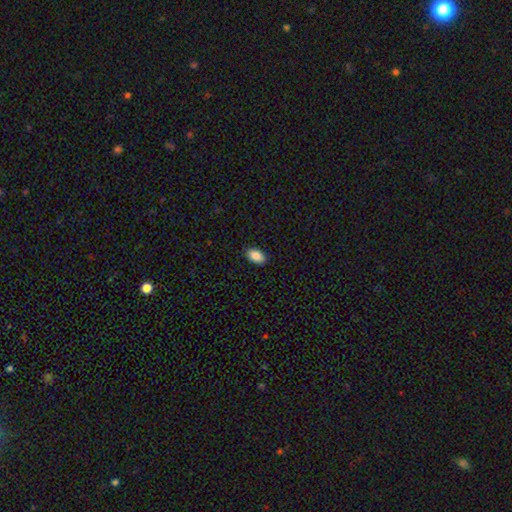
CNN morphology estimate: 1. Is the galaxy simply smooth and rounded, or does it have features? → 89% smooth, 7% star or artifact, 3% featured or disk.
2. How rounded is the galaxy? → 93% in between, 5% round, 2% cigar-shaped.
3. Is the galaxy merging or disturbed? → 89% none, 8% minor disturbance, 2% major disturbance, 1% merger.